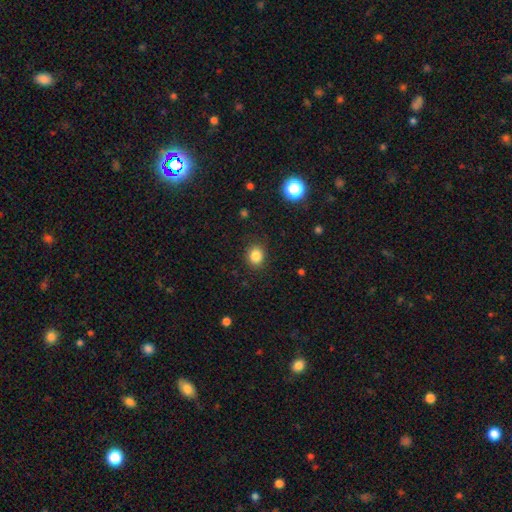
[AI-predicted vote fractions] Smooth or featured: smooth — 84% (star or artifact — 11%)
How rounded: round — 68% (in between — 31%)
Merging: none — 88% (minor disturbance — 8%)